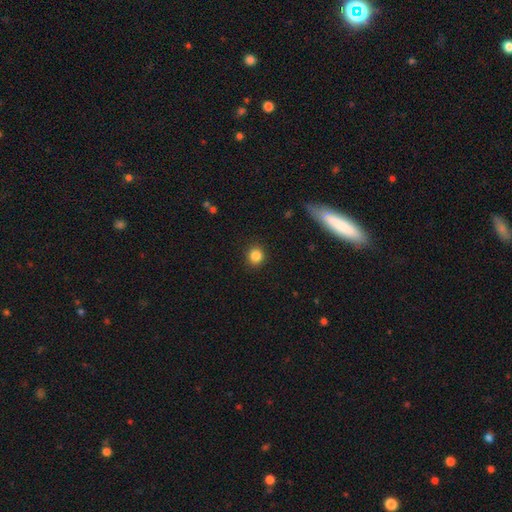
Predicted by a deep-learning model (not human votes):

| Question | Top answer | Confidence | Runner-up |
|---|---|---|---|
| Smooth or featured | smooth | 84% | star or artifact (11%) |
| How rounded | round | 89% | in between (10%) |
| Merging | none | 91% | minor disturbance (6%) |